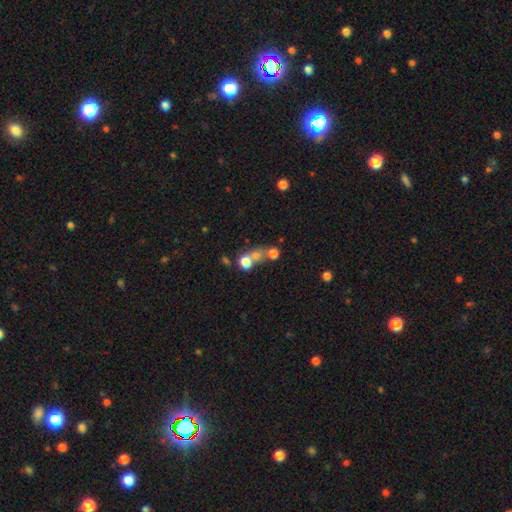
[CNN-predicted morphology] Smooth or featured: smooth — 69% (star or artifact — 16%)
How rounded: round — 80% (in between — 18%)
Merging: merger — 53% (none — 35%)